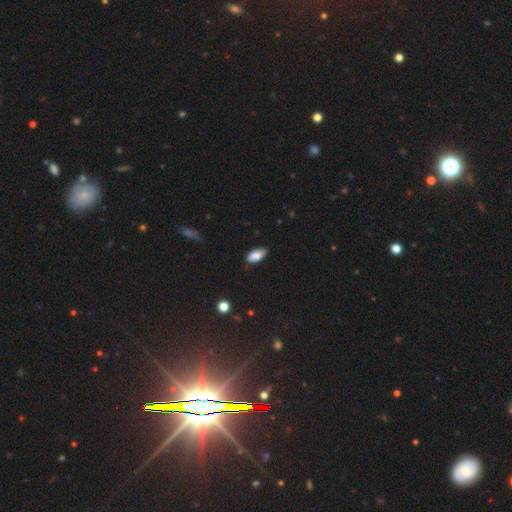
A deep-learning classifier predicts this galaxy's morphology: smooth-or-featured: smooth: 86% | featured or disk: 7% | star or artifact: 7%
  how-rounded: in between: 91% | cigar-shaped: 6% | round: 3%
  merging: none: 75% | minor disturbance: 21% | major disturbance: 3% | merger: 1%